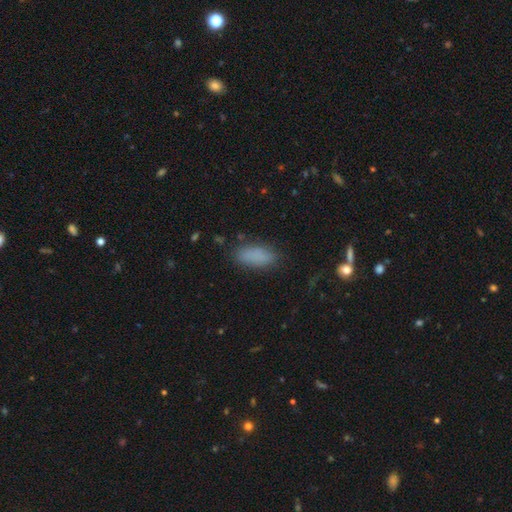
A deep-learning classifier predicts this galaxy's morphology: The model was most divided on "merging": none: 80%, minor disturbance: 14%, major disturbance: 4%, merger: 2%. More confident: smooth or featured — smooth (86%); how rounded — in between (83%).